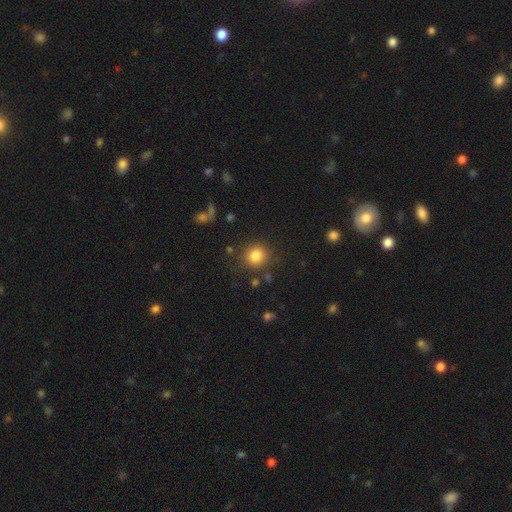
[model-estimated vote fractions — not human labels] This is clearly a smooth galaxy (83%). How rounded: clearly round (86%). Merging: clearly none (85%).